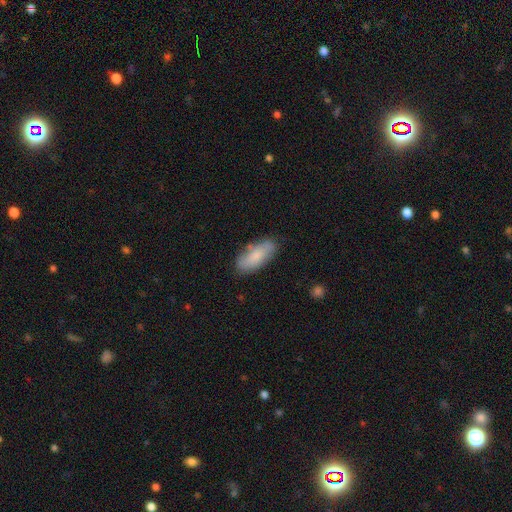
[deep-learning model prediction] smooth-or-featured: smooth: 78% | featured or disk: 16% | star or artifact: 6%
  how-rounded: in between: 82% | cigar-shaped: 16% | round: 2%
  merging: none: 75% | minor disturbance: 18% | major disturbance: 4% | merger: 3%